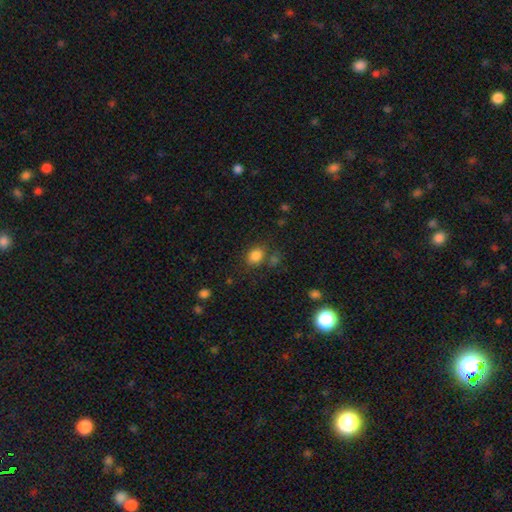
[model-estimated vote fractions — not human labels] A smooth galaxy with no disk features (83%) that is in between round and cigar-shaped (55%). Merging: none (70%).